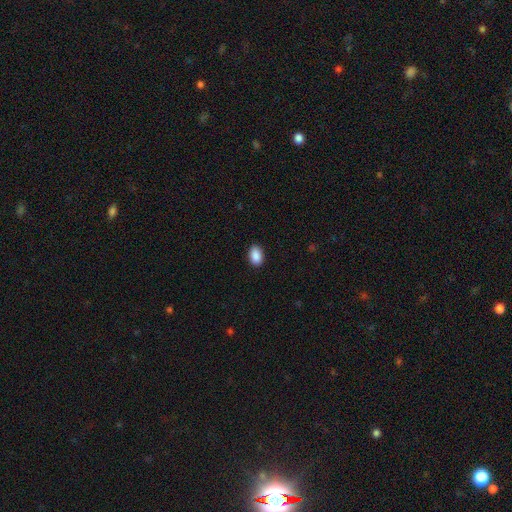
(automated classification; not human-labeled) Smooth or featured? Predicted: smooth (p=0.90). How rounded? Predicted: in between (p=0.90). Merging? Predicted: none (p=0.89).